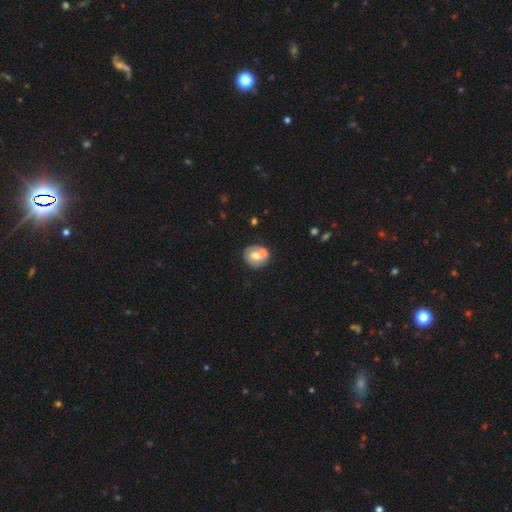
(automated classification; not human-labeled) A smooth galaxy with no disk features (60%) that is round (77%). Merging: none (49%).